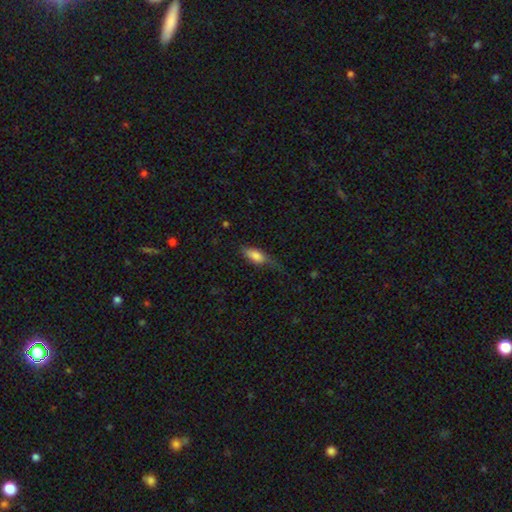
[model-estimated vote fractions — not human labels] smooth-or-featured: smooth: 76% | featured or disk: 17% | star or artifact: 8%
  how-rounded: in between: 77% | cigar-shaped: 20% | round: 3%
  merging: none: 44% | minor disturbance: 34% | major disturbance: 20% | merger: 2%